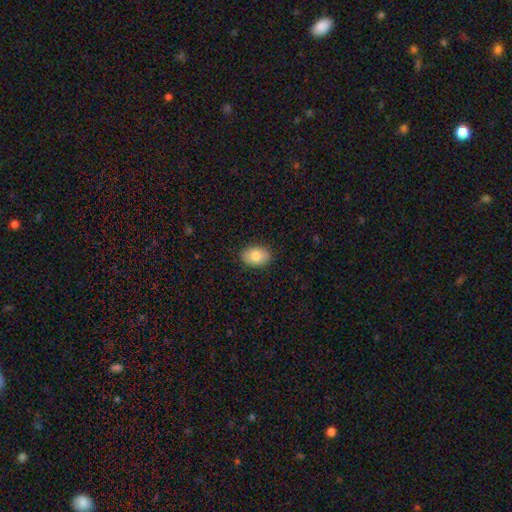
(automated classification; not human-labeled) Smooth or featured: smooth — 79% (featured or disk — 13%)
How rounded: in between — 80% (round — 19%)
Merging: none — 89% (minor disturbance — 8%)